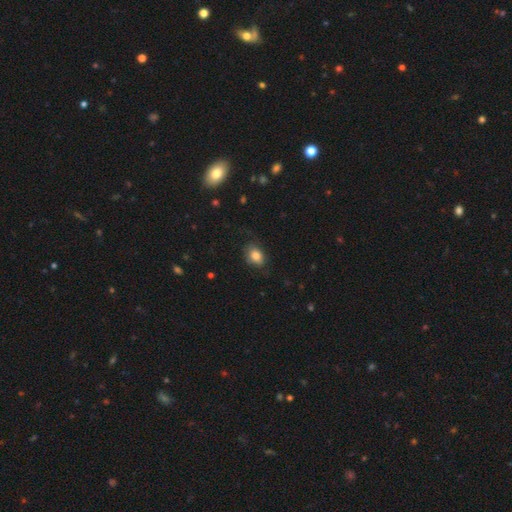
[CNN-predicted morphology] Q: Smooth or featured?
A: smooth (82%); runner-up: star or artifact (9%)
Q: How rounded?
A: in between (71%); runner-up: round (28%)
Q: Merging?
A: none (72%); runner-up: minor disturbance (21%)